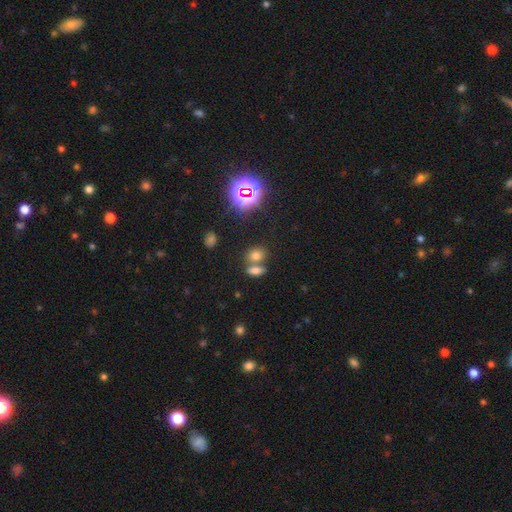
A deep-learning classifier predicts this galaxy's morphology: Smooth or featured? Predicted: smooth (p=0.69). How rounded? Predicted: in between (p=0.64). Merging? Predicted: none (p=0.47).